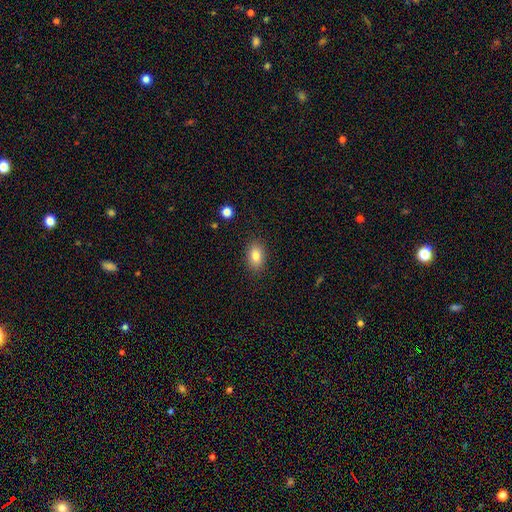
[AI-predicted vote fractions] Smooth or featured? smooth (82%)
How rounded? in between (86%)
Merging? none (87%)